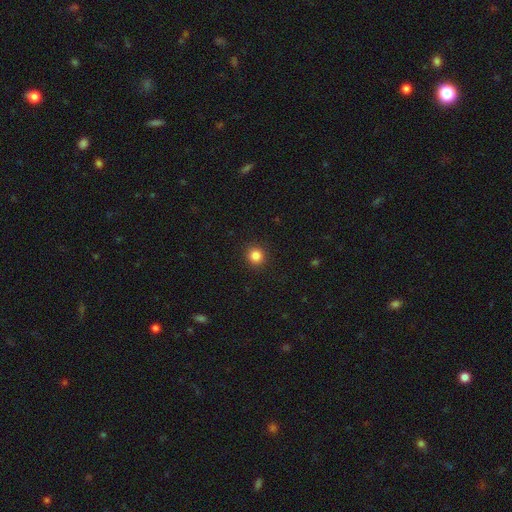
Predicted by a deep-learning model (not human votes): This appears to be a smooth galaxy with no disk features (85%) that is round (92%). Merging: none (92%).